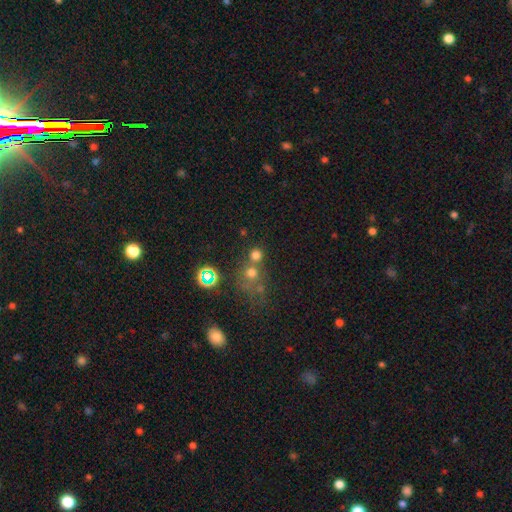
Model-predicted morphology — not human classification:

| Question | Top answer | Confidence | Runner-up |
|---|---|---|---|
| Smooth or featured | smooth | 67% | star or artifact (24%) |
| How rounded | round | 88% | in between (11%) |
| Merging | none | 57% | merger (31%) |